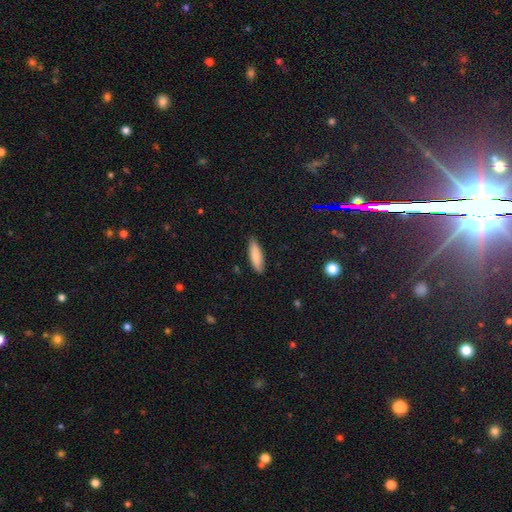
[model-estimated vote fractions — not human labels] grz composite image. It shows a smooth galaxy with no disk features (85%) that is cigar-shaped (56%). Merging: none (87%).